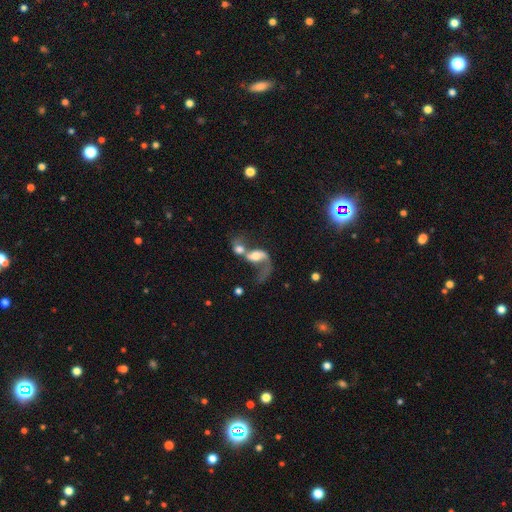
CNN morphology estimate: This is possibly a featured or disk galaxy (60%). It is clearly not viewed edge-on (95%). Bar: possibly no (57%). Spiral arm pattern: likely yes (76%). Central bulge: marginally moderate (45%). Merging: likely merger (72%).